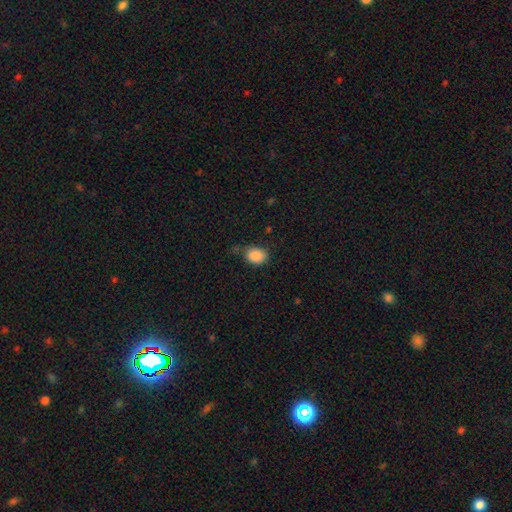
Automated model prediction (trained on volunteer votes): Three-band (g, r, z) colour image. It shows a smooth galaxy with no disk features (88%) that is in between round and cigar-shaped (59%). Merging: none (70%).